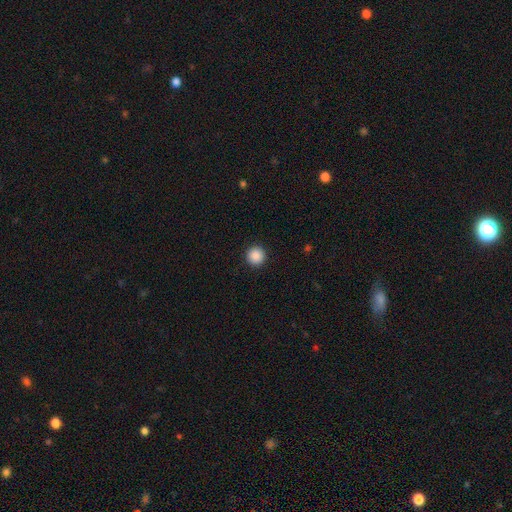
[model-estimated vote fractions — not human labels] smooth_or_featured: smooth (p=0.89) [alt: star or artifact p=0.09]
how_rounded: round (p=0.96) [alt: in between p=0.03]
merging: none (p=0.93) [alt: minor disturbance p=0.04]